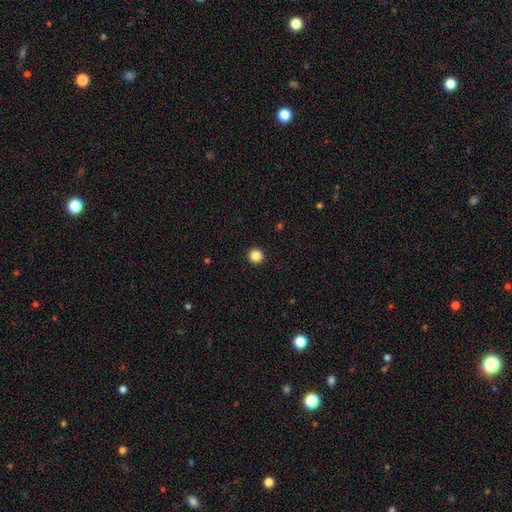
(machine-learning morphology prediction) smooth 86%, star or artifact 10%, featured or disk 3%. Down the decision tree: how rounded — round (96%); merging — none (94%).